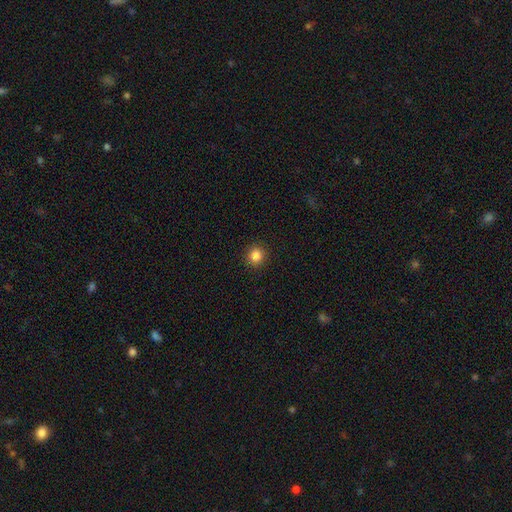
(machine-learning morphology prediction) Smooth or featured? smooth (86%)
How rounded? round (89%)
Merging? none (91%)